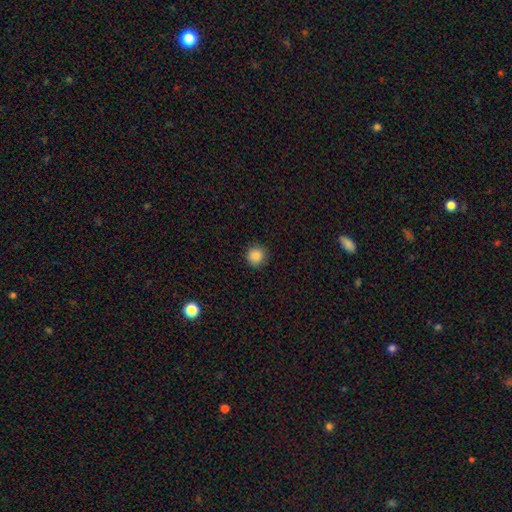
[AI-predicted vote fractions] This appears to be a smooth galaxy with no disk features (86%) that is round (92%). Merging: none (89%).